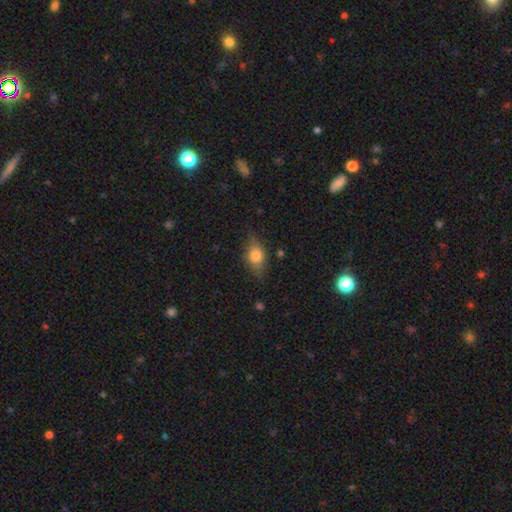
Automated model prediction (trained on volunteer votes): Q: Smooth or featured?
A: smooth (72%); runner-up: featured or disk (19%)
Q: How rounded?
A: in between (77%); runner-up: round (16%)
Q: Merging?
A: none (72%); runner-up: minor disturbance (21%)